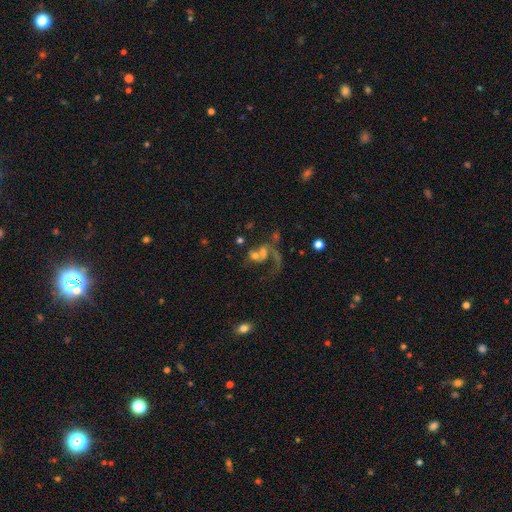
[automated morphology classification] A featured or disk galaxy (51%). Merging: merger (50%).